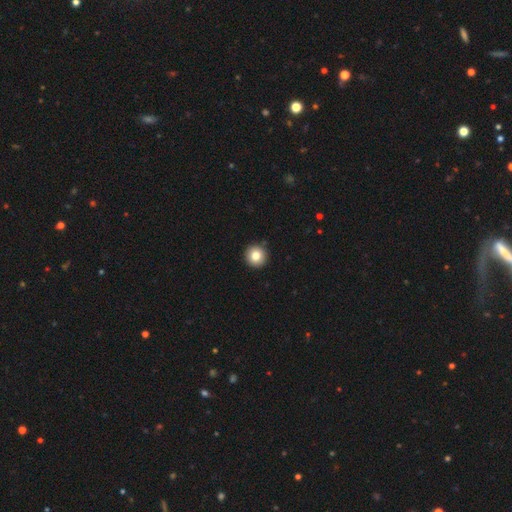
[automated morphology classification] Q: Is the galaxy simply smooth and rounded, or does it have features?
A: smooth — 82%.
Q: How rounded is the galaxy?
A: round — 96%.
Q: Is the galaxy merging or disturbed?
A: none — 92%.